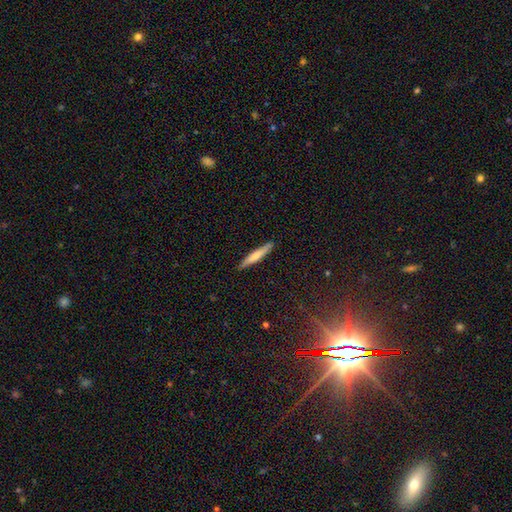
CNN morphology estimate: type=smooth (64%); roundness=cigar-shaped (93%); merging=none (90%).